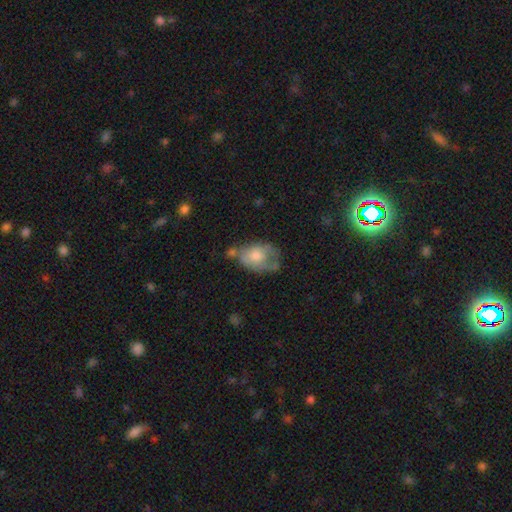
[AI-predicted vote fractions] Morphology: type=smooth (59%); roundness=in between (78%); merging=none (34%).